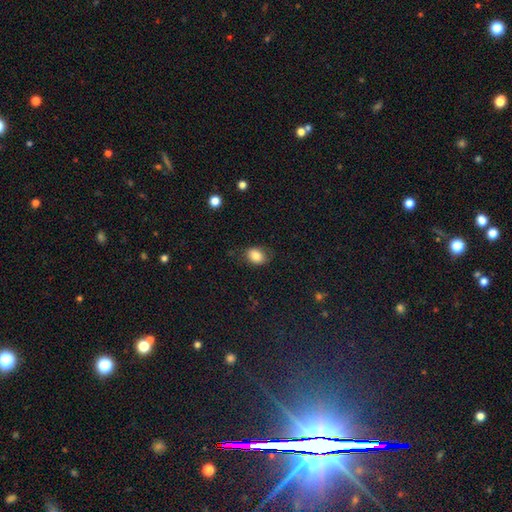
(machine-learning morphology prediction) The model was most divided on "how rounded": in between: 66%, round: 33%, cigar-shaped: 1%. More confident: smooth or featured — smooth (84%); merging — none (74%).